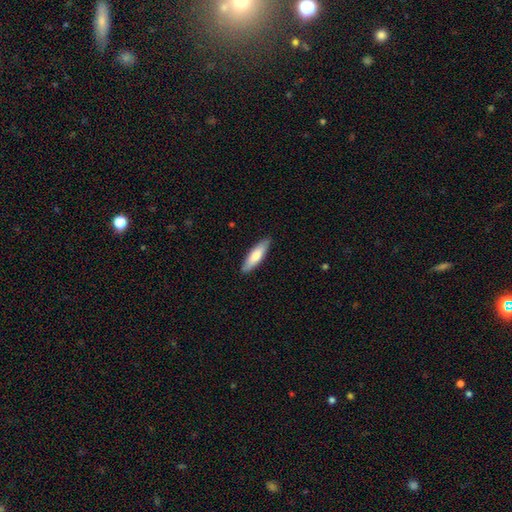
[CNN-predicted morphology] This is likely a smooth galaxy (76%). How rounded: likely cigar-shaped (62%). Merging: clearly none (88%).